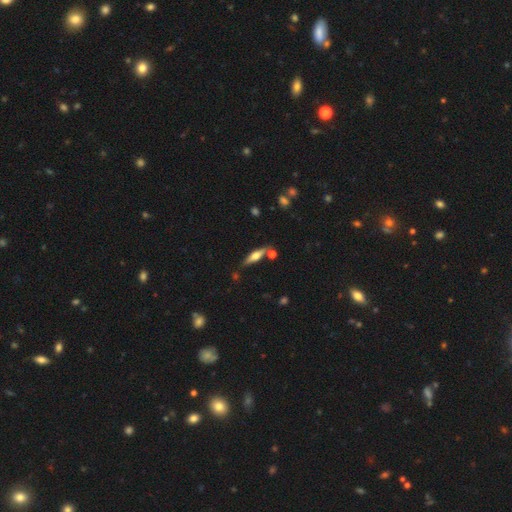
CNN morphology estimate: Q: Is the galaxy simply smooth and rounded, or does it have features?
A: featured or disk — 56%.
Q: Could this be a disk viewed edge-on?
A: yes — 93%.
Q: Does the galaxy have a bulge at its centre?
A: rounded — 89%.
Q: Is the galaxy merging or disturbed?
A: none — 74%.